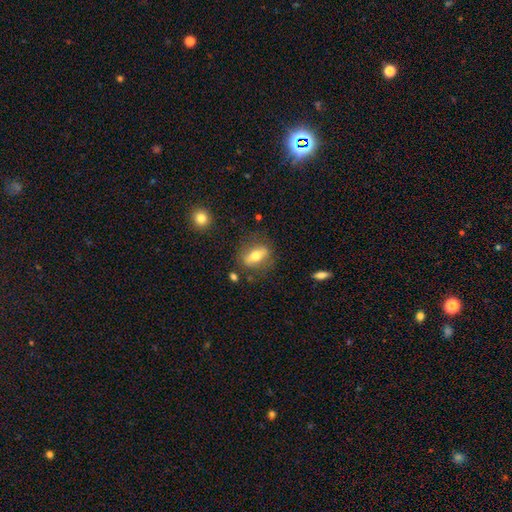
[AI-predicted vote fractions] smooth-or-featured: smooth: 56% | featured or disk: 37% | star or artifact: 7%
  how-rounded: in between: 69% | cigar-shaped: 19% | round: 12%
  merging: none: 76% | minor disturbance: 15% | major disturbance: 6% | merger: 3%